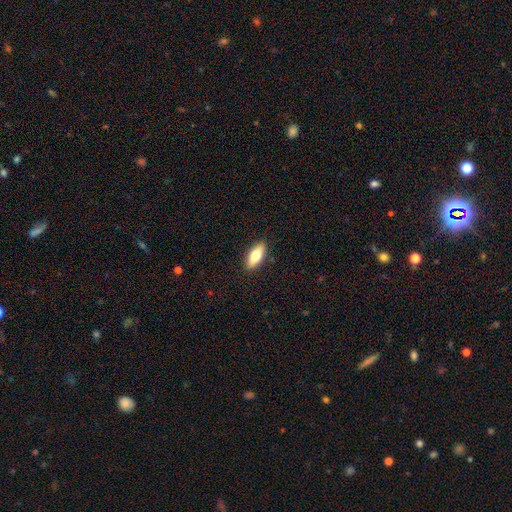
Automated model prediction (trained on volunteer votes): smooth-or-featured: smooth: 71% | featured or disk: 23% | star or artifact: 6%
  how-rounded: in between: 79% | cigar-shaped: 19% | round: 3%
  merging: none: 89% | minor disturbance: 8% | major disturbance: 2% | merger: 1%